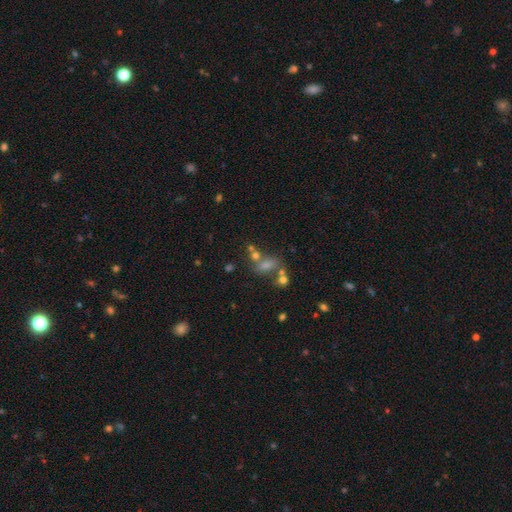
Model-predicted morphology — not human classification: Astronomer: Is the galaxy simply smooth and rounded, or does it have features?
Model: smooth — 39% (runner-up: star or artifact, 35%).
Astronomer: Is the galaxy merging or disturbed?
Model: none — 44% (runner-up: merger, 34%).